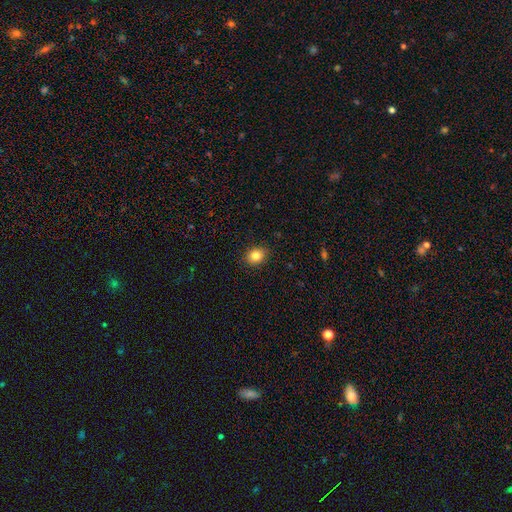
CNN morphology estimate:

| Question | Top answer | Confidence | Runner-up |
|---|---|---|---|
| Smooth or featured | smooth | 84% | star or artifact (10%) |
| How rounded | round | 55% | in between (44%) |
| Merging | none | 89% | minor disturbance (8%) |